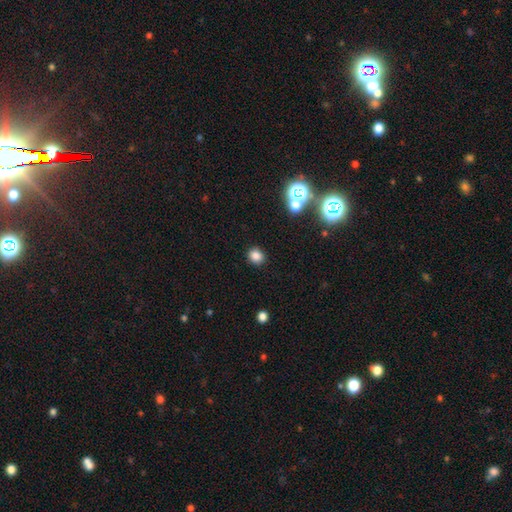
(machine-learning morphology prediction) Overall: smooth (82%). How rounded: round (72%). Merging: none (88%).